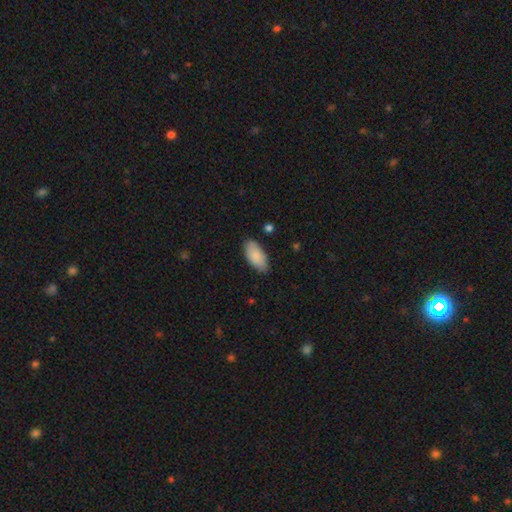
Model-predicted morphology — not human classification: A smooth galaxy with no disk features (87%) that is in between round and cigar-shaped (92%).

Vote fractions:
- Smooth or featured? smooth: 87% / featured or disk: 7% / star or artifact: 6%
- How rounded? in between: 92% / cigar-shaped: 6% / round: 2%
- Merging? none: 82% / minor disturbance: 14% / major disturbance: 3% / merger: 1%